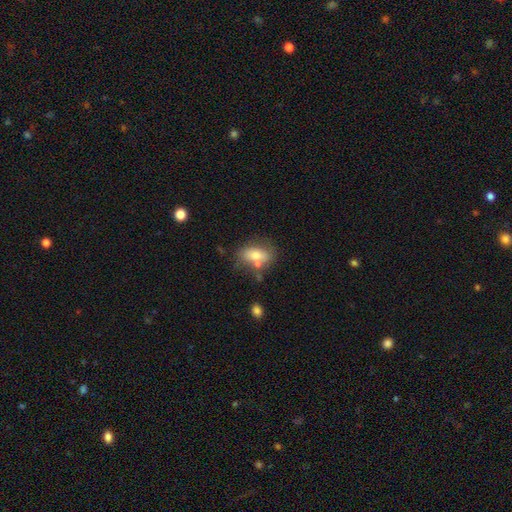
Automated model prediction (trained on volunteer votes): This appears to be a smooth galaxy with no disk features (71%) that is in between round and cigar-shaped (84%). Merging: none (57%).